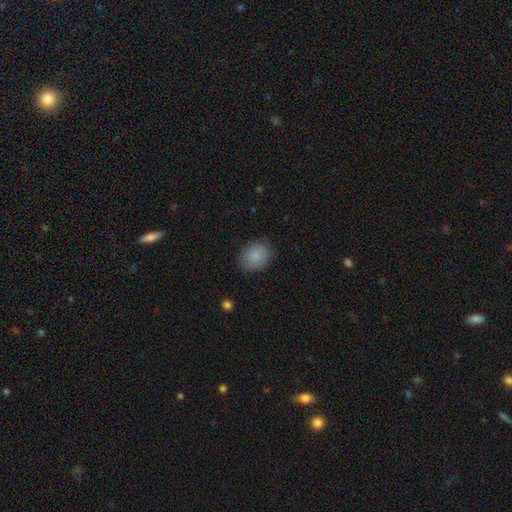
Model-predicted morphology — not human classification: This is clearly a smooth galaxy (86%). How rounded: possibly round (59%). Merging: clearly none (82%).